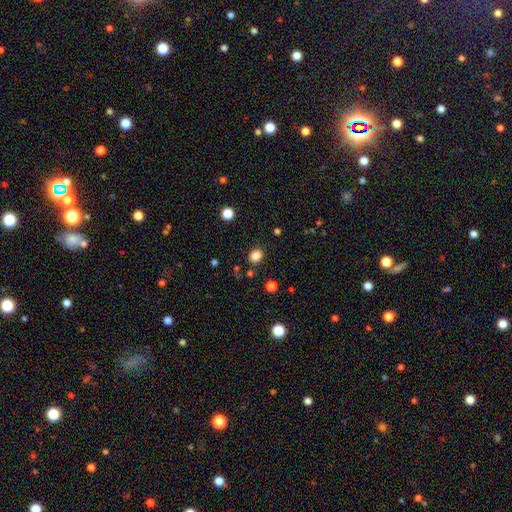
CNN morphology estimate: Smooth or featured? smooth (84%)
How rounded? round (73%)
Merging? none (85%)